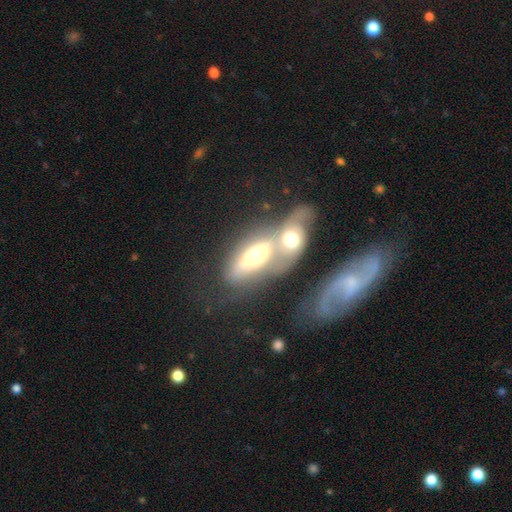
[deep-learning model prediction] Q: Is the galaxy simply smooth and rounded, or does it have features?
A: featured or disk — 49%.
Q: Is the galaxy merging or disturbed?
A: merger — 74%.